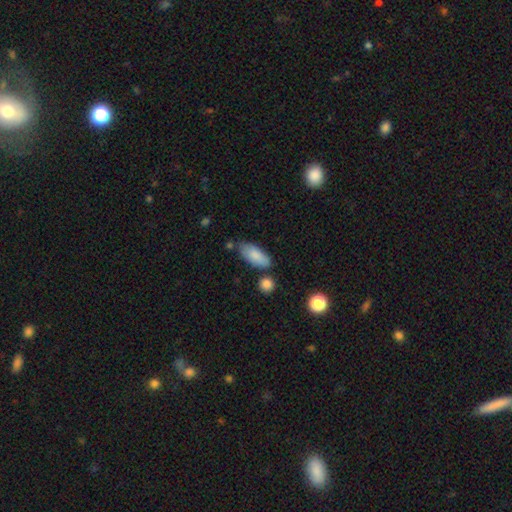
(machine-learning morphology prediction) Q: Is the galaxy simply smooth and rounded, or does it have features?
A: smooth — 85%.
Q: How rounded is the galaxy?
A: in between — 84%.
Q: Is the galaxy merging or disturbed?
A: none — 68%.